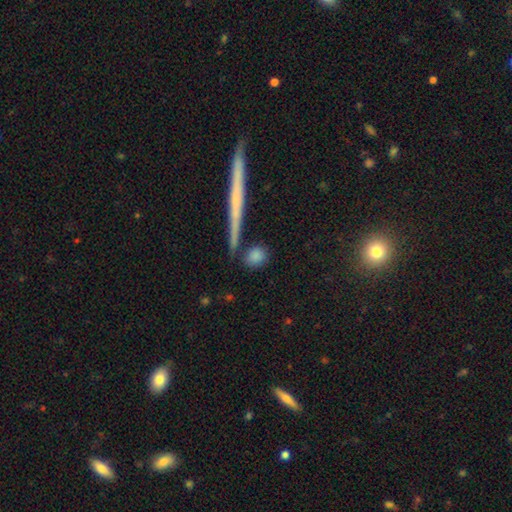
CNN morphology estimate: Overall: smooth (82%). How rounded: round (58%; in between 28%). Merging: none (78%).